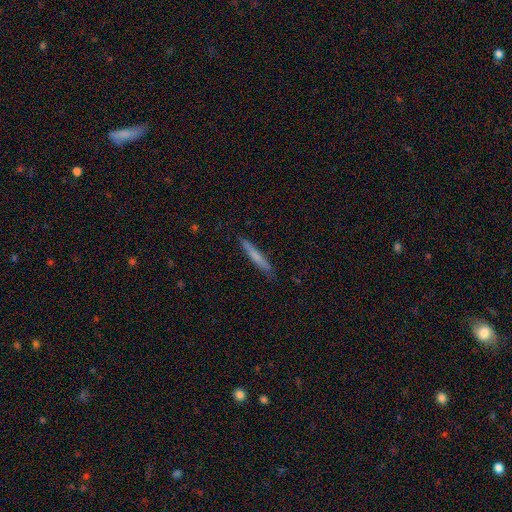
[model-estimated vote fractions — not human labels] A smooth galaxy with no disk features (67%) that is cigar-shaped (95%). Merging: none (88%).